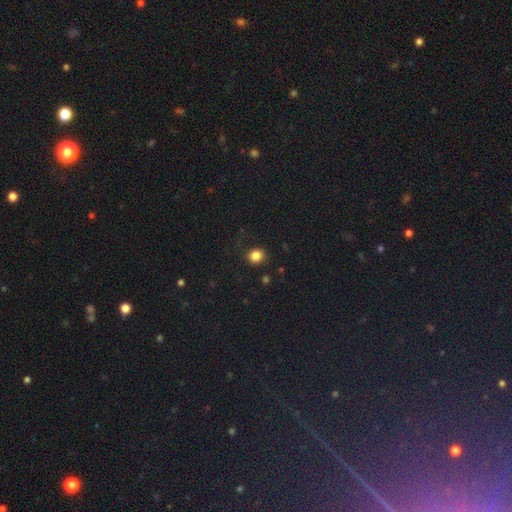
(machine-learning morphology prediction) Smooth or featured? Predicted: smooth (p=0.83). How rounded? Predicted: round (p=0.79). Merging? Predicted: none (p=0.86).